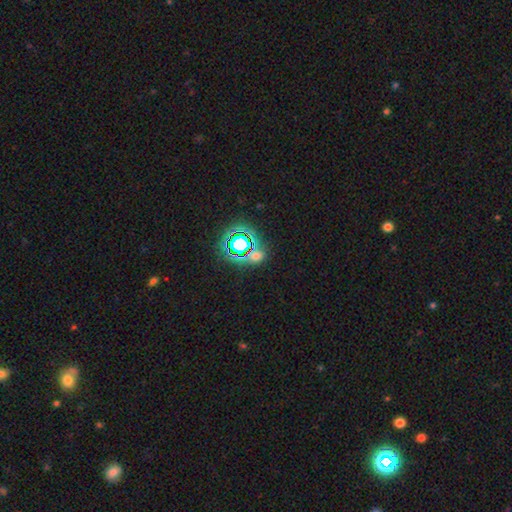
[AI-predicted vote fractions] Smooth or featured? star or artifact (53%)